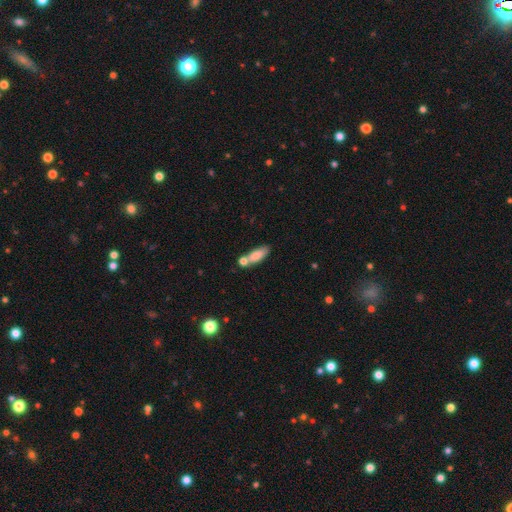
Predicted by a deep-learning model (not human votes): smooth-or-featured: smooth: 79% | featured or disk: 13% | star or artifact: 8%
  how-rounded: in between: 62% | cigar-shaped: 35% | round: 3%
  merging: none: 46% | merger: 34% | minor disturbance: 15% | major disturbance: 5%